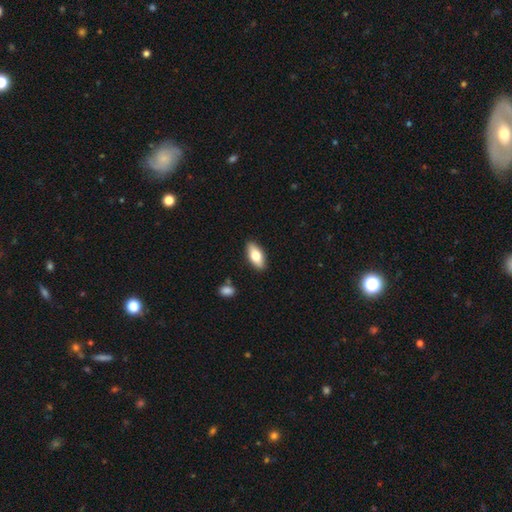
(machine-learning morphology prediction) smooth_or_featured: smooth (p=0.72) [alt: featured or disk p=0.21]
how_rounded: in between (p=0.86) [alt: cigar-shaped p=0.11]
merging: none (p=0.88) [alt: minor disturbance p=0.08]